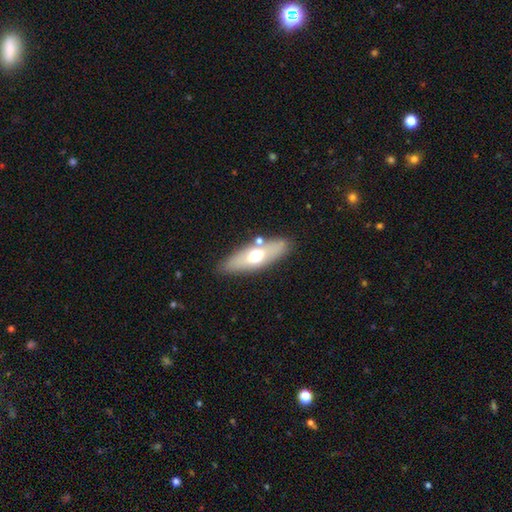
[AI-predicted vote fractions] Smooth or featured?
  - smooth: 54% *
  - featured or disk: 40%
  - star or artifact: 6%
How rounded?
  - in between: 54% *
  - cigar-shaped: 43%
  - round: 3%
Merging?
  - none: 80% *
  - minor disturbance: 11%
  - merger: 6%
  - major disturbance: 3%